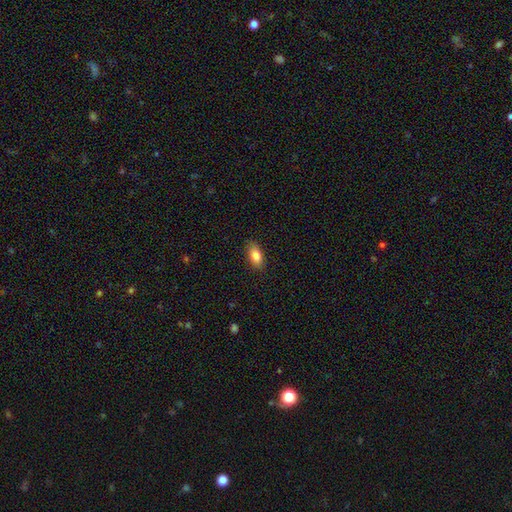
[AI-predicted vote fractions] Morphology: type=smooth (85%); roundness=in between (89%); merging=none (86%).